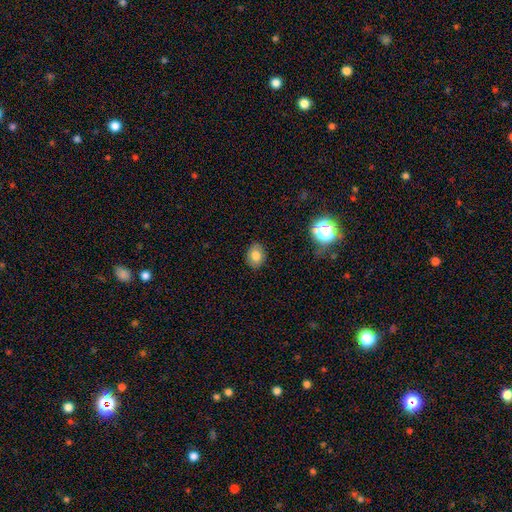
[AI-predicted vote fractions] Overall: smooth (78%). How rounded: in between (53%; round 46%). Merging: none (86%).